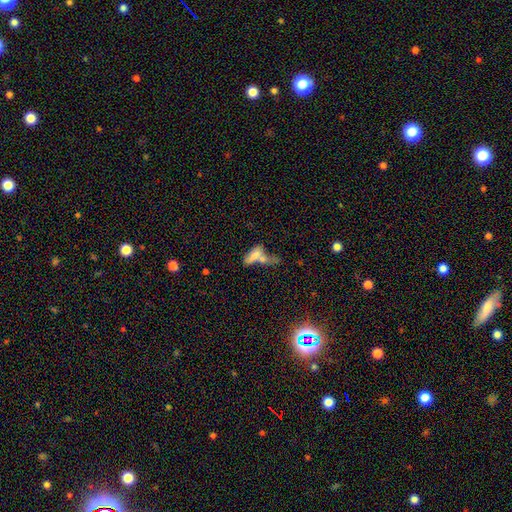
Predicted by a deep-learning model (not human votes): This is likely a smooth galaxy (67%). How rounded: likely in between (71%). Merging: possibly merger (57%).